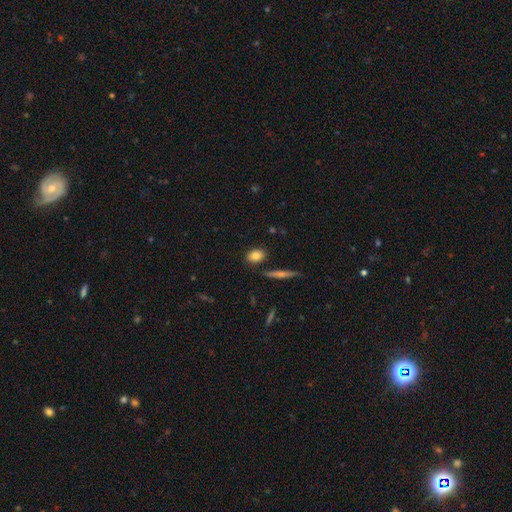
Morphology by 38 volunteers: Q: Smooth or featured?
A: smooth (89%); runner-up: featured or disk (8%)
Q: How rounded?
A: in between (74%); runner-up: round (24%)
Q: Merging?
A: none (89%); runner-up: minor disturbance (11%)